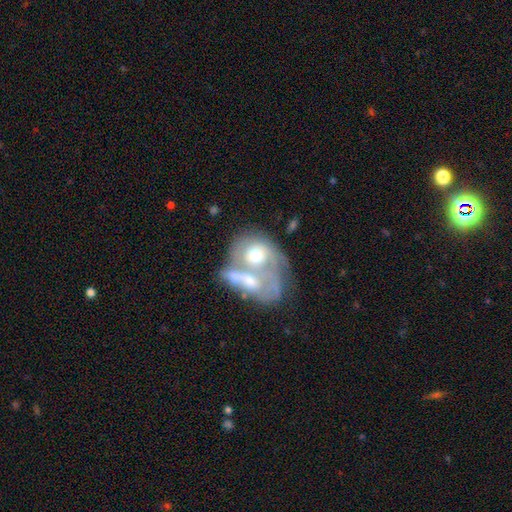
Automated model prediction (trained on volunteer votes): A featured or disk galaxy (49%).

Vote fractions:
- Smooth or featured? featured or disk: 49% / smooth: 43% / star or artifact: 8%
- Merging? merger: 65% / none: 14% / major disturbance: 13% / minor disturbance: 9%